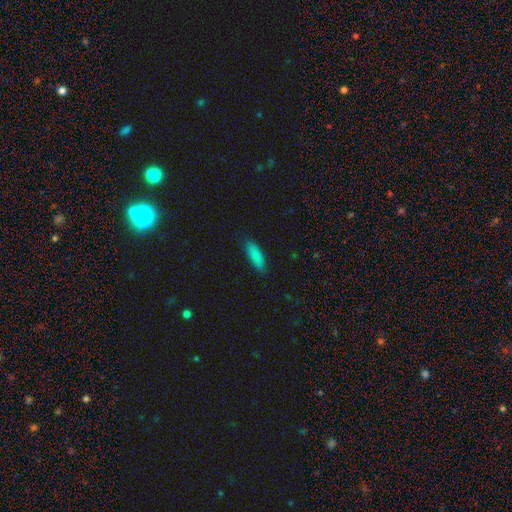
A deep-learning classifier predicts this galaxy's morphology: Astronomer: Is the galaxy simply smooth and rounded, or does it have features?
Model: smooth — 87%.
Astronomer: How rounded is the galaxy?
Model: in between — 56% (runner-up: cigar-shaped, 42%).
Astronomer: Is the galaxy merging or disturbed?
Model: none — 86%.